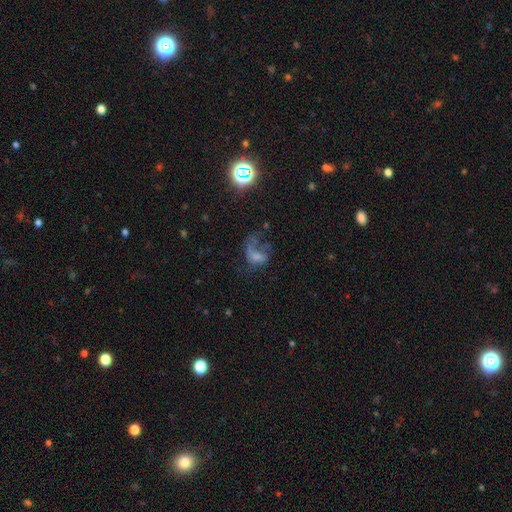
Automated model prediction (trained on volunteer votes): This is possibly a featured or disk galaxy (48%). Merging: possibly major disturbance (56%).